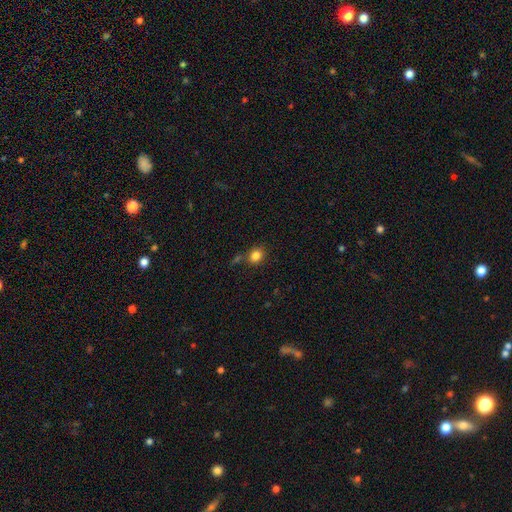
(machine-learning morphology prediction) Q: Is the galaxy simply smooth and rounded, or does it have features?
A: smooth — 83%.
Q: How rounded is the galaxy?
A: round — 68%.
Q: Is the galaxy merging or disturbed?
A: none — 72%.